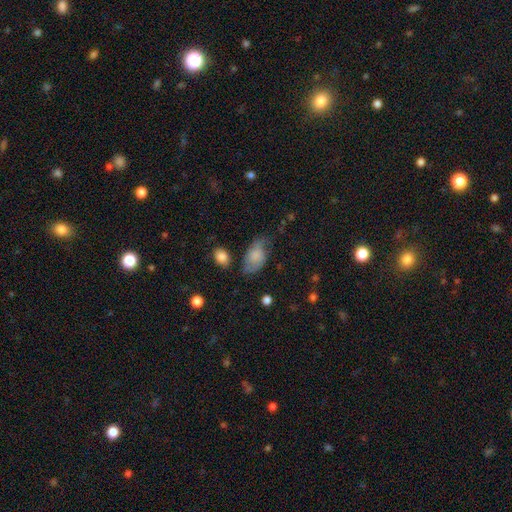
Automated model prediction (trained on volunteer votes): smooth_or_featured: smooth (p=0.61) [alt: featured or disk p=0.31]
how_rounded: in between (p=0.89) [alt: round p=0.09]
merging: none (p=0.48) [alt: minor disturbance p=0.32]